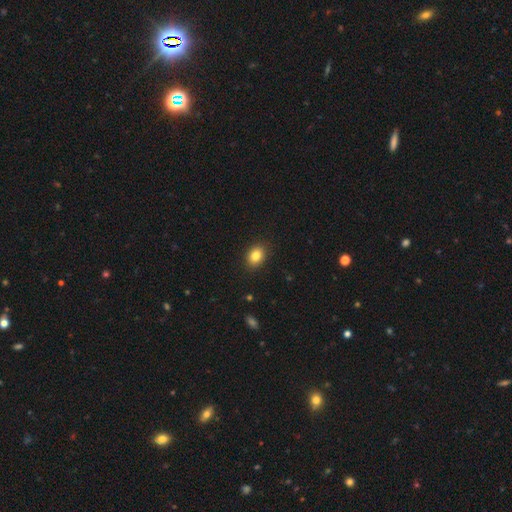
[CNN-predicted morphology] The model was most divided on "how rounded": in between: 71%, round: 28%, cigar-shaped: 1%. More confident: merging — none (89%); smooth or featured — smooth (84%).